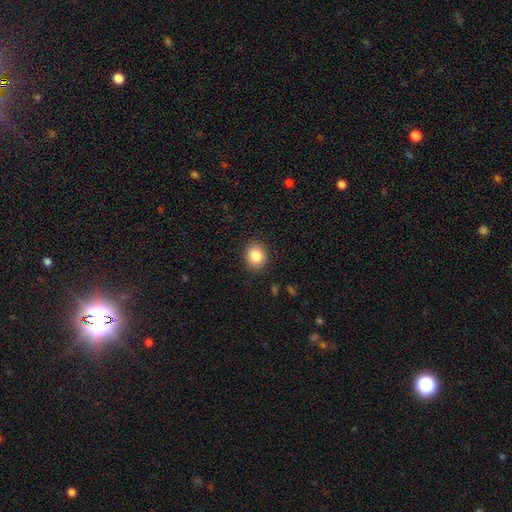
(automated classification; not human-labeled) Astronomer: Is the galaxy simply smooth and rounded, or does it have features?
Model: smooth — 84%.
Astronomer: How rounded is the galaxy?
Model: round — 75%.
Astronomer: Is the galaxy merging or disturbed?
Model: none — 89%.